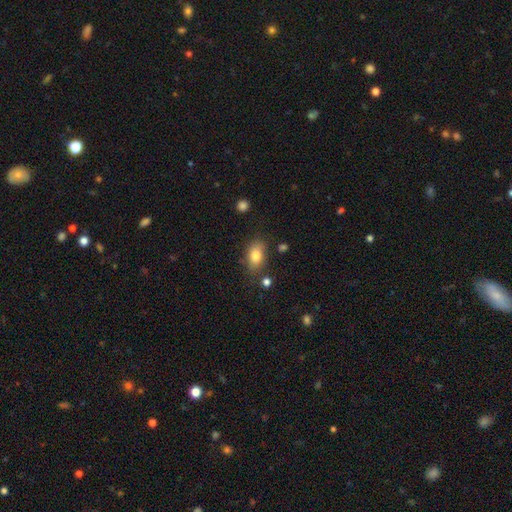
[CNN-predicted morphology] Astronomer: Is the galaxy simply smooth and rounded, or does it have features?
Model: smooth — 80%.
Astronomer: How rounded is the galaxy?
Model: in between — 84%.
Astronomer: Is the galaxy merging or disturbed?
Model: none — 75%.